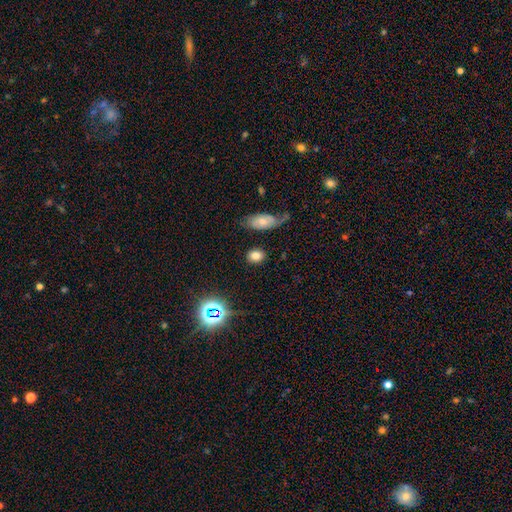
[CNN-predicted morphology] The model was most divided on "how rounded": in between: 61%, round: 37%, cigar-shaped: 2%. More confident: merging — none (81%); smooth or featured — smooth (74%).